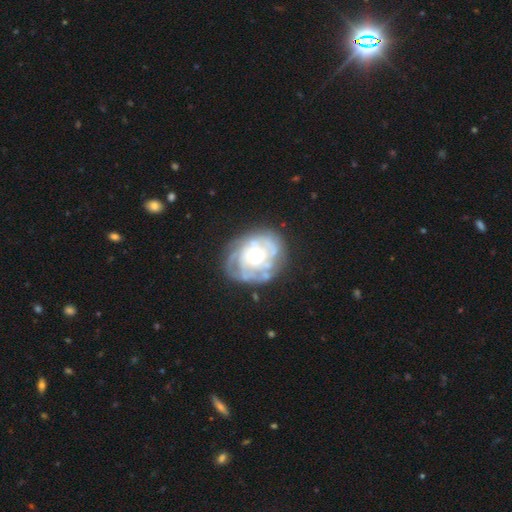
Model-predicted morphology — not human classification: Smooth or featured?
  - featured or disk: 79% *
  - smooth: 15%
  - star or artifact: 6%
Edge-on disk?
  - no: 97% *
  - yes: 3%
Bar?
  - no: 81% *
  - weak: 16%
  - strong: 4%
Spiral arms?
  - yes: 79% *
  - no: 21%
Spiral winding?
  - tight: 65% *
  - medium: 26%
  - loose: 10%
Spiral arm count?
  - can't tell: 49% *
  - 2: 16%
  - 3: 15%
  - 4: 8%
  - 1: 6%
  - more than 4: 6%
Bulge size?
  - moderate: 61% *
  - small: 28%
  - large: 8%
  - dominant: 1%
  - none: 1%
Merging?
  - none: 67% *
  - minor disturbance: 19%
  - major disturbance: 11%
  - merger: 3%